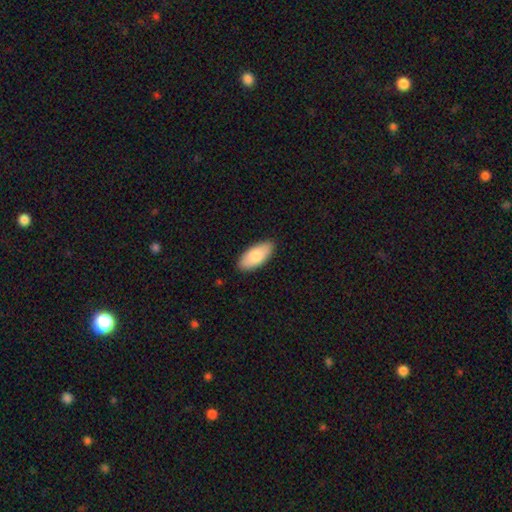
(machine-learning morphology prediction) smooth 83%, featured or disk 12%, star or artifact 5%. Down the decision tree: how rounded — in between (90%); merging — none (88%).